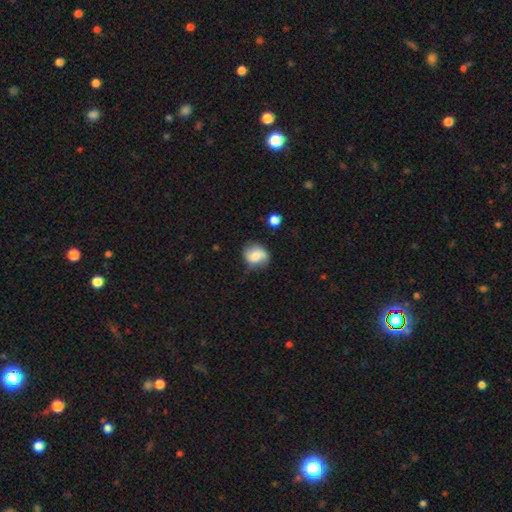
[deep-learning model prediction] Smooth or featured? Predicted: smooth (p=0.61). How rounded? Predicted: round (p=0.71). Merging? Predicted: none (p=0.59).